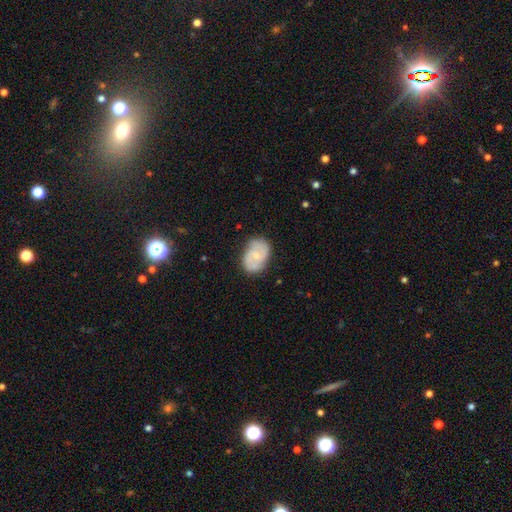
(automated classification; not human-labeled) Smooth or featured? Predicted: featured or disk (p=0.56). Edge-on disk? Predicted: no (p=0.97). Bar? Predicted: no (p=0.59). Spiral arms? Predicted: yes (p=0.82). Bulge size? Predicted: small (p=0.61). Merging? Predicted: none (p=0.74).